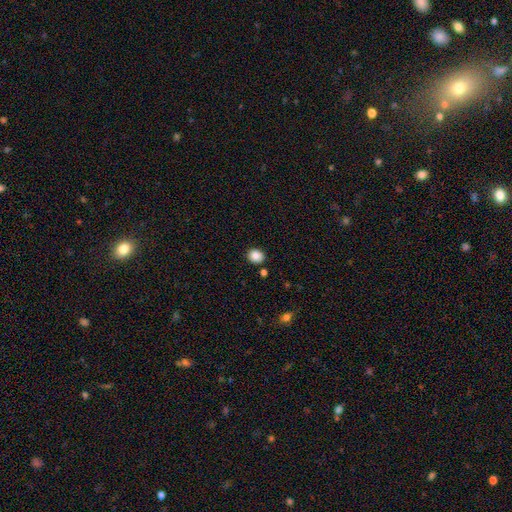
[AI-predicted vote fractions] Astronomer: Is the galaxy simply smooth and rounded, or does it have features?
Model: smooth — 87%.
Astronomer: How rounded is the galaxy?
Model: round — 73%.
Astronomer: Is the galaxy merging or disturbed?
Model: none — 87%.